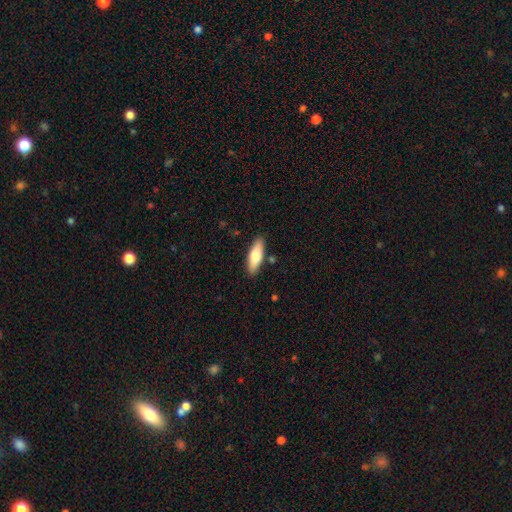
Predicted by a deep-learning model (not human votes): Q: Smooth or featured?
A: smooth (68%); runner-up: featured or disk (26%)
Q: How rounded?
A: in between (58%); runner-up: cigar-shaped (39%)
Q: Merging?
A: none (86%); runner-up: minor disturbance (10%)